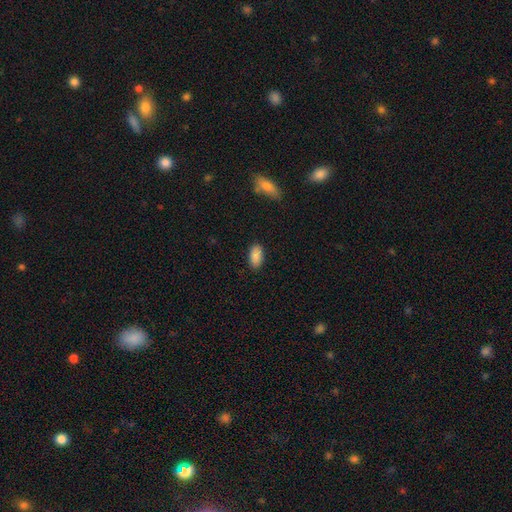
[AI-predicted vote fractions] Smooth or featured? Predicted: smooth (p=0.88). How rounded? Predicted: in between (p=0.94). Merging? Predicted: none (p=0.87).